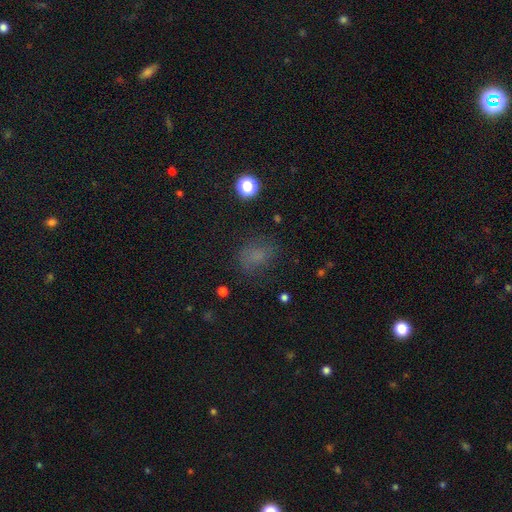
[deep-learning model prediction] Q: Smooth or featured?
A: smooth (65%); runner-up: star or artifact (23%)
Q: How rounded?
A: in between (59%); runner-up: round (39%)
Q: Merging?
A: none (67%); runner-up: minor disturbance (20%)